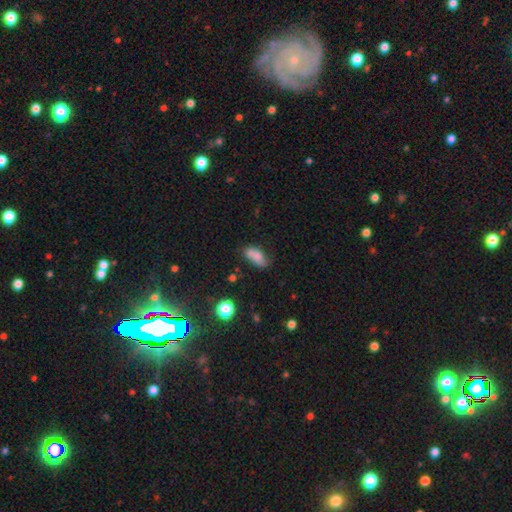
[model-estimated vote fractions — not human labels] A smooth galaxy with no disk features (72%) that is in between round and cigar-shaped (84%).

Vote fractions:
- Smooth or featured? smooth: 72% / featured or disk: 17% / star or artifact: 10%
- How rounded? in between: 84% / cigar-shaped: 11% / round: 5%
- Merging? none: 50% / minor disturbance: 26% / merger: 16% / major disturbance: 9%